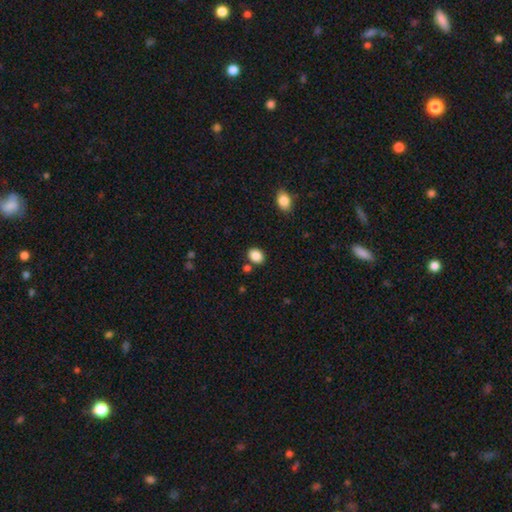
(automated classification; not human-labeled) Smooth or featured: smooth — 87% (star or artifact — 9%)
How rounded: in between — 63% (round — 36%)
Merging: none — 80% (minor disturbance — 10%)